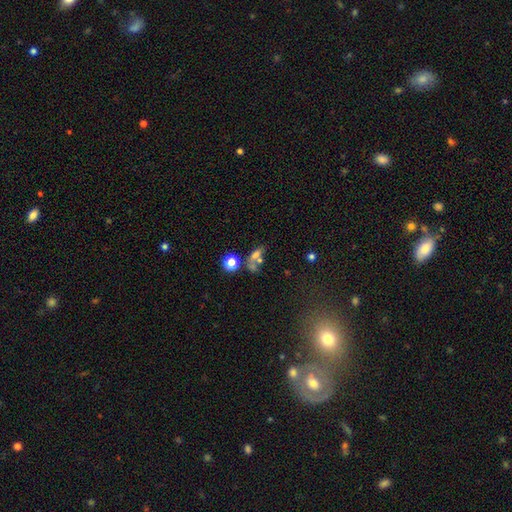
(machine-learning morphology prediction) Smooth or featured? Predicted: smooth (p=0.58). How rounded? Predicted: in between (p=0.55). Merging? Predicted: merger (p=0.43).